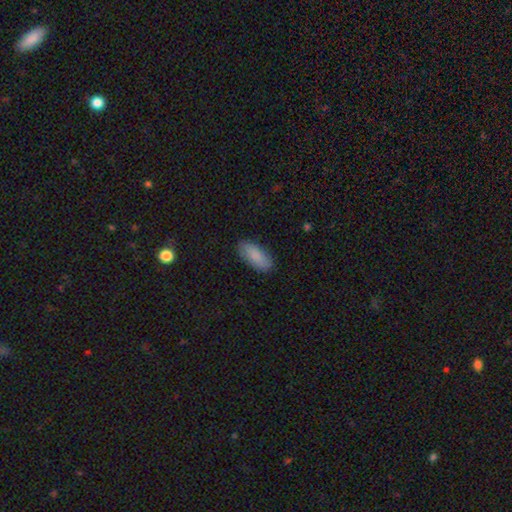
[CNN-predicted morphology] This is clearly a smooth galaxy (86%). How rounded: clearly in between (84%). Merging: clearly none (86%).